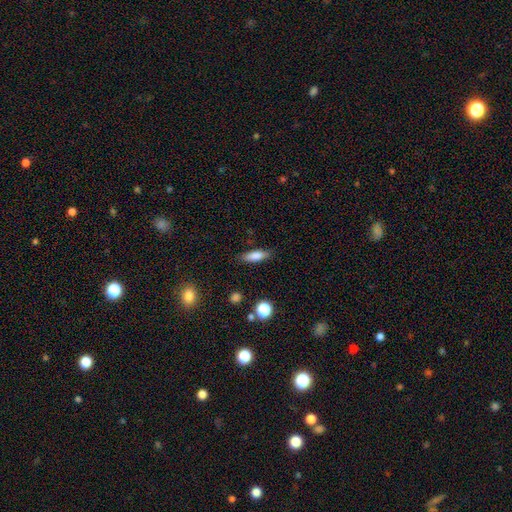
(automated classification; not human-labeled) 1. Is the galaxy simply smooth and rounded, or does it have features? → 81% smooth, 11% featured or disk, 8% star or artifact.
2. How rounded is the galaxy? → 50% in between, 48% cigar-shaped, 3% round.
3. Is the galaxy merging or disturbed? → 85% none, 11% minor disturbance, 3% major disturbance, 2% merger.